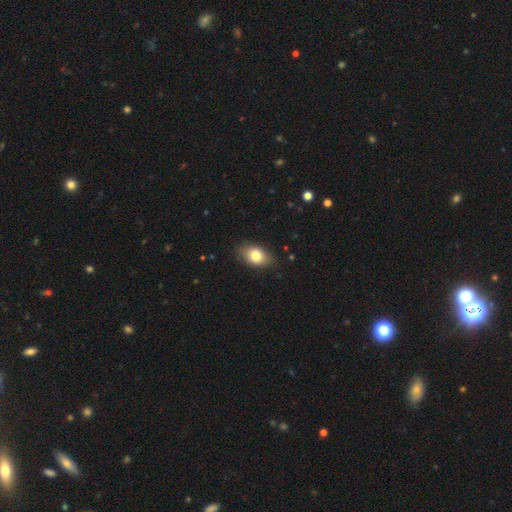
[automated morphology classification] smooth_or_featured: smooth (p=0.81) [alt: featured or disk p=0.11]
how_rounded: in between (p=0.81) [alt: round p=0.18]
merging: none (p=0.82) [alt: minor disturbance p=0.14]